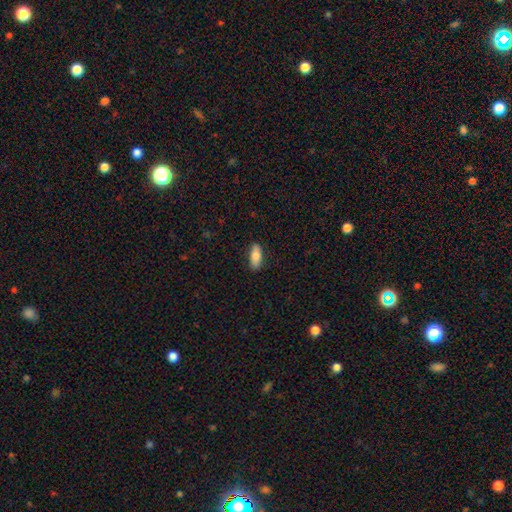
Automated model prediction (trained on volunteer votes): Smooth or featured: smooth — 79% (featured or disk — 15%)
How rounded: in between — 77% (cigar-shaped — 20%)
Merging: none — 88% (minor disturbance — 9%)